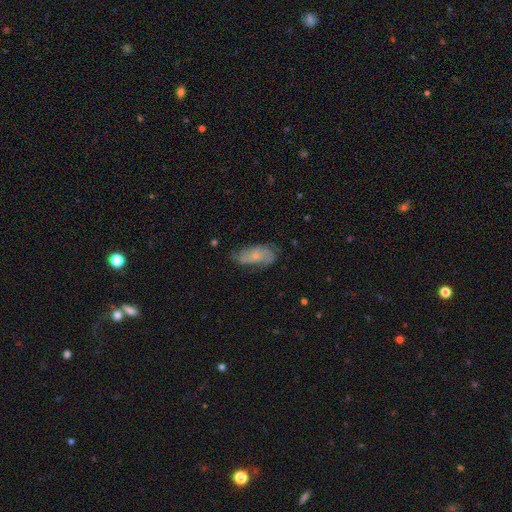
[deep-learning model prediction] featured or disk 60%, smooth 33%, star or artifact 8%. Down the decision tree: edge-on disk — no (94%); bar — no (78%); spiral arms — yes (85%); bulge size — small (72%); merging — none (62%).